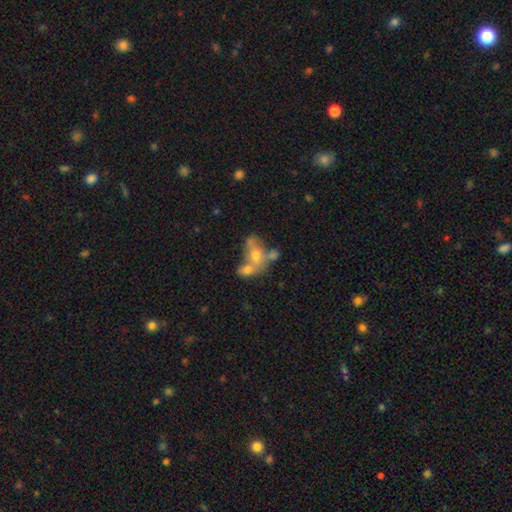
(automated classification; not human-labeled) A smooth galaxy with no disk features (48%).

Vote fractions:
- Smooth or featured? smooth: 48% / featured or disk: 39% / star or artifact: 14%
- Merging? merger: 59% / none: 21% / minor disturbance: 10% / major disturbance: 9%